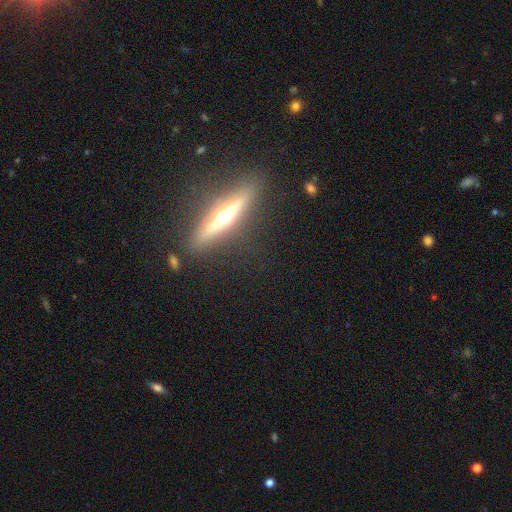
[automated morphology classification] Smooth or featured: featured or disk — 74% (smooth — 19%)
Edge-on disk: yes — 96% (no — 4%)
Edge-on bulge: rounded — 89% (none — 7%)
Merging: none — 86% (minor disturbance — 9%)